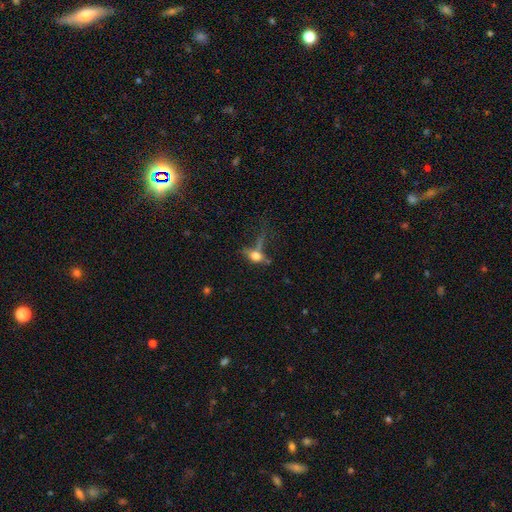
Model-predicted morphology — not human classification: A smooth galaxy with no disk features (56%) that is in between round and cigar-shaped (59%). Merging: none (34%).